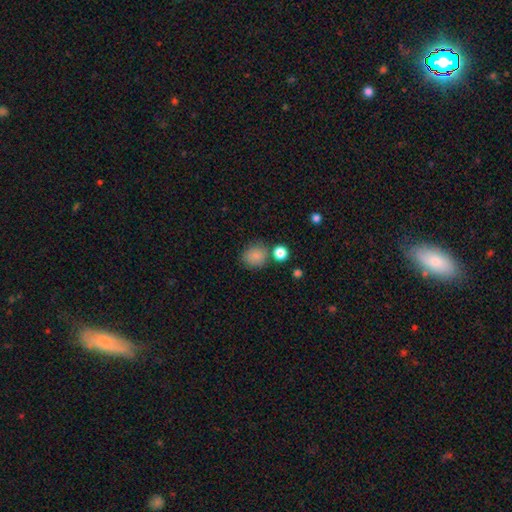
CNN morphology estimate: A smooth galaxy with no disk features (85%) that is round (76%). Merging: none (72%).